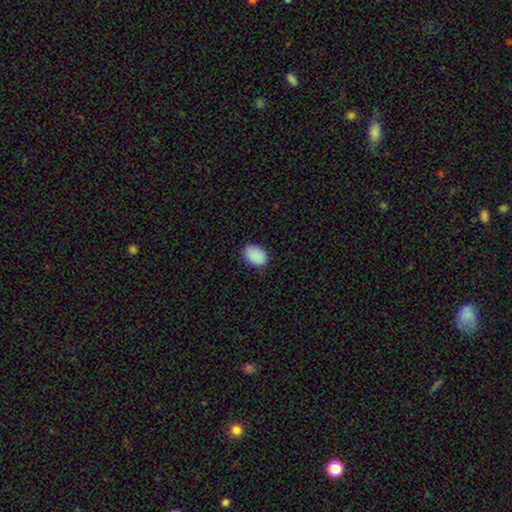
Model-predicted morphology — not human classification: A smooth galaxy with no disk features (90%) that is in between round and cigar-shaped (81%).

Vote fractions:
- Smooth or featured? smooth: 90% / star or artifact: 7% / featured or disk: 3%
- How rounded? in between: 81% / round: 18% / cigar-shaped: 1%
- Merging? none: 83% / minor disturbance: 14% / major disturbance: 2% / merger: 1%